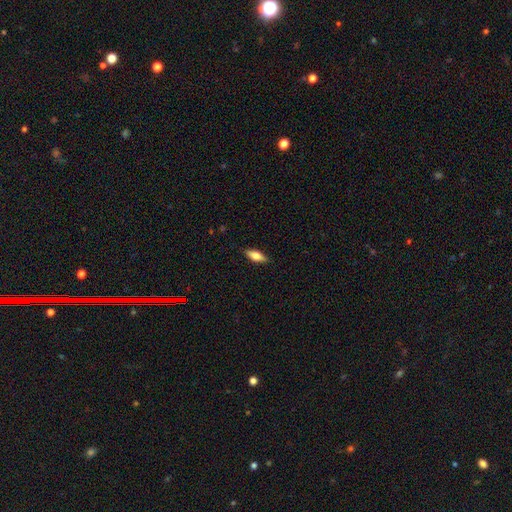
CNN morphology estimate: Smooth or featured: smooth — 65% (featured or disk — 28%)
How rounded: in between — 68% (cigar-shaped — 29%)
Merging: none — 86% (minor disturbance — 11%)